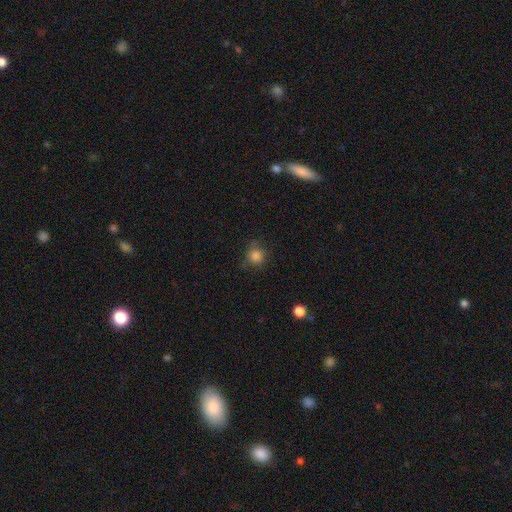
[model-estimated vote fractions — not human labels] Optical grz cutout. It shows a smooth galaxy with no disk features (83%) that is round (88%). Merging: none (74%).